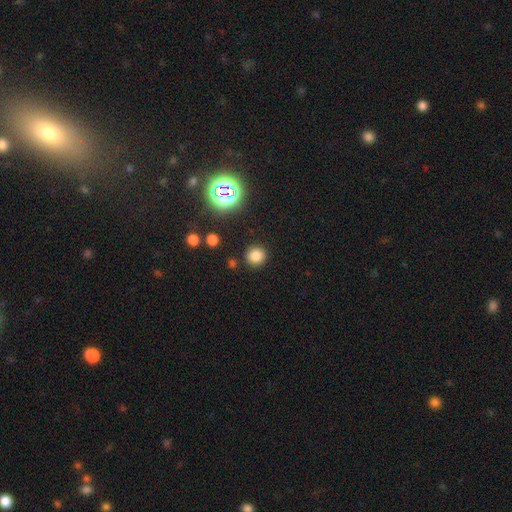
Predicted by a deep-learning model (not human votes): Smooth or featured?
  - smooth: 78% *
  - star or artifact: 16%
  - featured or disk: 5%
How rounded?
  - round: 89% *
  - in between: 10%
  - cigar-shaped: 1%
Merging?
  - none: 88% *
  - minor disturbance: 7%
  - major disturbance: 3%
  - merger: 3%